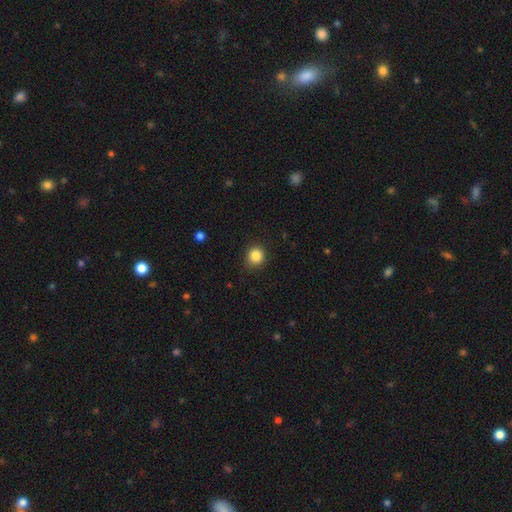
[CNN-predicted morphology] This is clearly a smooth galaxy (85%). How rounded: clearly round (89%). Merging: clearly none (88%).